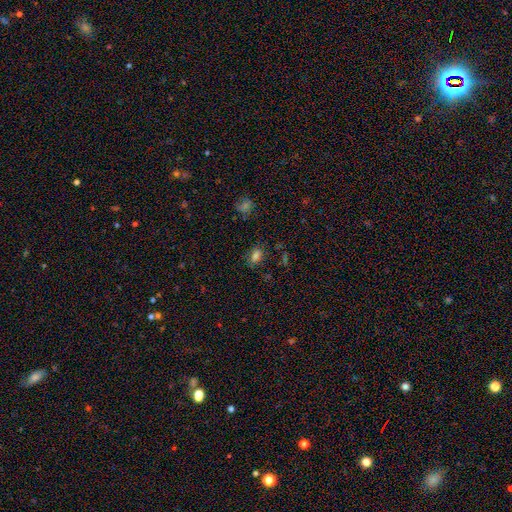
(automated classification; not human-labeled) smooth_or_featured: smooth (p=0.71) [alt: star or artifact p=0.22]
how_rounded: in between (p=0.77) [alt: round p=0.20]
merging: none (p=0.78) [alt: minor disturbance p=0.15]